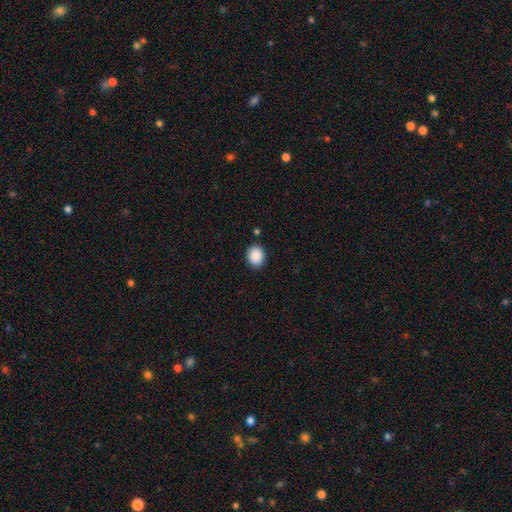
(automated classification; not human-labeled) This appears to be a smooth galaxy with no disk features (89%) that is round (61%). Merging: none (88%).